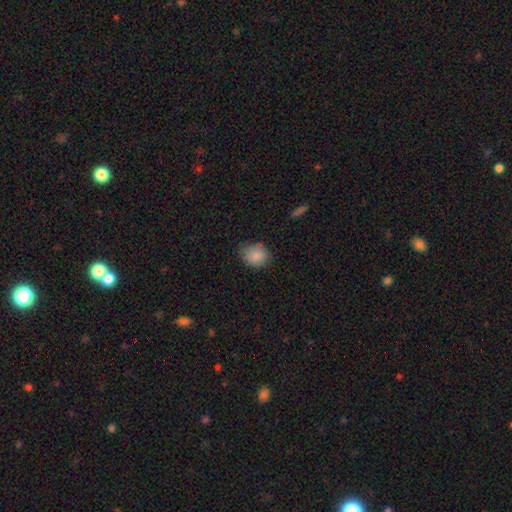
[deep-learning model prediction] smooth-or-featured: smooth: 85% | star or artifact: 9% | featured or disk: 7%
  how-rounded: round: 64% | in between: 35% | cigar-shaped: 1%
  merging: none: 66% | minor disturbance: 27% | major disturbance: 6% | merger: 2%